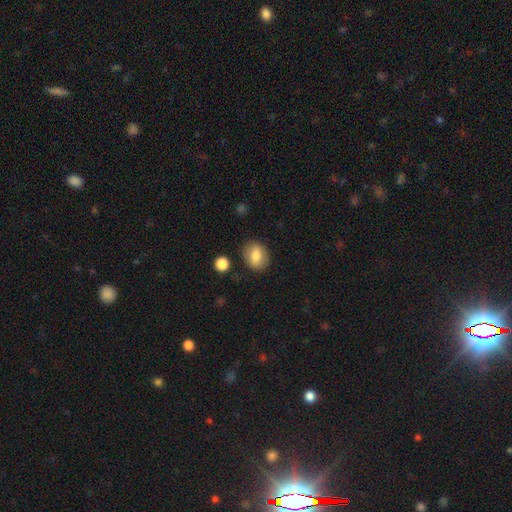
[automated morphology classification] Smooth or featured?
  - smooth: 75% *
  - featured or disk: 17%
  - star or artifact: 8%
How rounded?
  - in between: 58% *
  - round: 41%
  - cigar-shaped: 2%
Merging?
  - none: 84% *
  - minor disturbance: 11%
  - major disturbance: 3%
  - merger: 2%